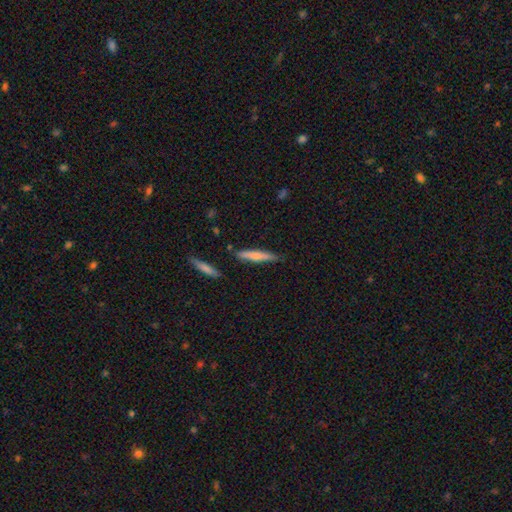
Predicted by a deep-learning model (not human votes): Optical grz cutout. It shows a smooth galaxy with no disk features (64%) that is cigar-shaped (90%). Merging: none (82%).